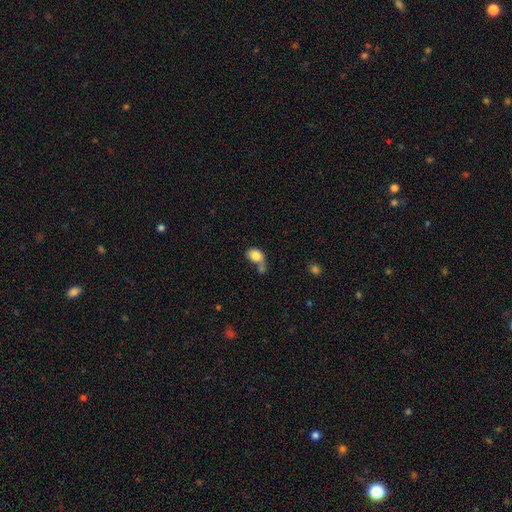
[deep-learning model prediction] A smooth galaxy with no disk features (83%) that is in between round and cigar-shaped (67%). Merging: merger (42%).